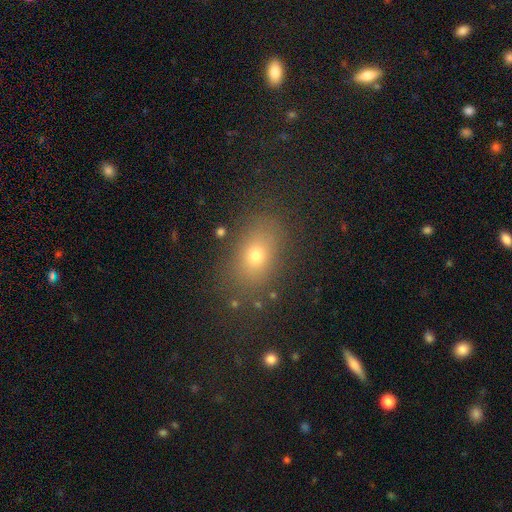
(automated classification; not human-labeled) Morphology: type=smooth (71%); roundness=in between (74%); merging=none (80%).